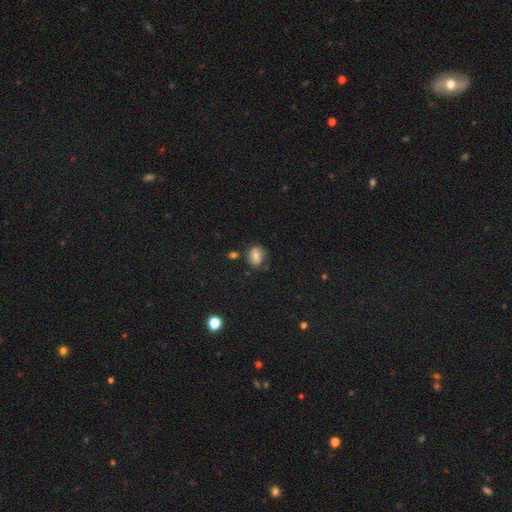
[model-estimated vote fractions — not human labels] This appears to be a smooth galaxy with no disk features (65%) that is round (53%). Merging: none (67%).